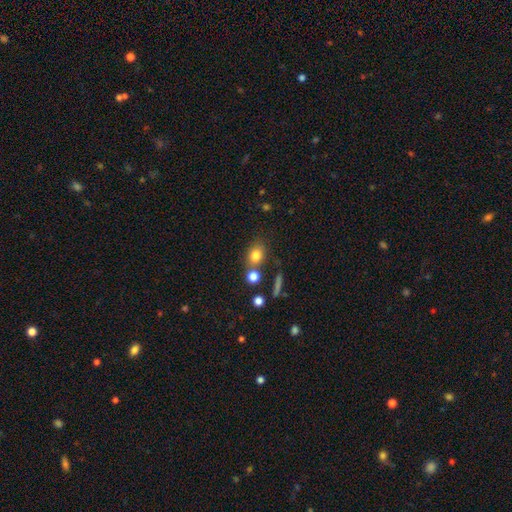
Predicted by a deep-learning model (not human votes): Morphology: type=smooth (79%); roundness=in between (50%); merging=none (64%).